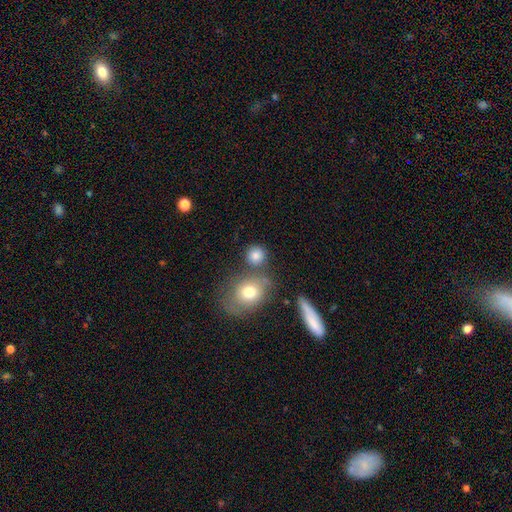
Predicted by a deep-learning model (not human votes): A smooth galaxy with no disk features (82%) that is round (86%).

Vote fractions:
- Smooth or featured? smooth: 82% / star or artifact: 11% / featured or disk: 8%
- How rounded? round: 86% / in between: 13% / cigar-shaped: 1%
- Merging? none: 68% / merger: 17% / minor disturbance: 10% / major disturbance: 4%